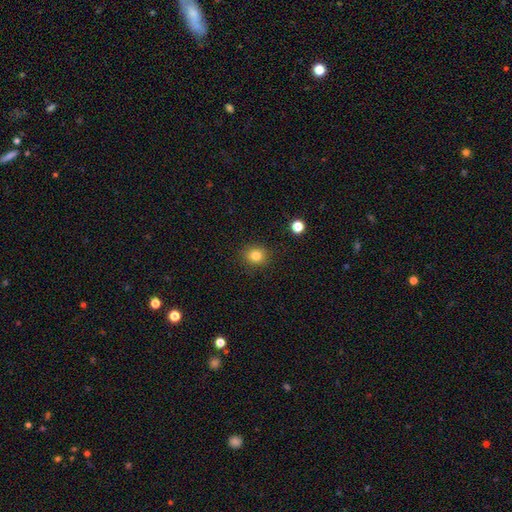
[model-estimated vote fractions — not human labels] This is clearly a smooth galaxy (81%). How rounded: clearly round (80%). Merging: clearly none (89%).